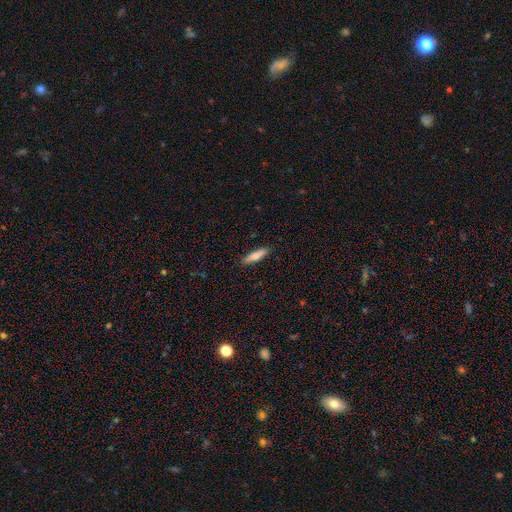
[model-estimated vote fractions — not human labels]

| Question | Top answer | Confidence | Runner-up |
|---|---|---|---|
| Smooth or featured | smooth | 71% | featured or disk (23%) |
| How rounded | cigar-shaped | 73% | in between (25%) |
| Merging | none | 89% | minor disturbance (8%) |